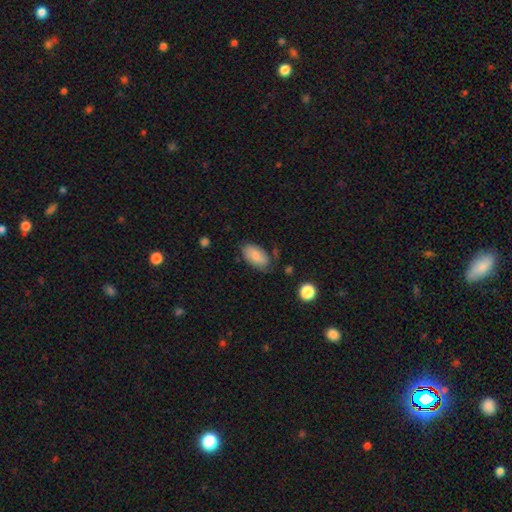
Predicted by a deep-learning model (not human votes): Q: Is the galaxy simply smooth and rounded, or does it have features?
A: smooth — 78%.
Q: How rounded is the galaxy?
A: in between — 94%.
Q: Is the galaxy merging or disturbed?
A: none — 66%.